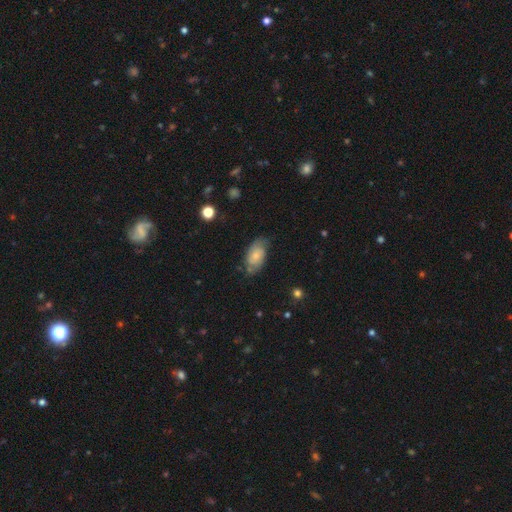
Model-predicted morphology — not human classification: This is possibly a featured or disk galaxy (47%). Merging: likely none (62%).